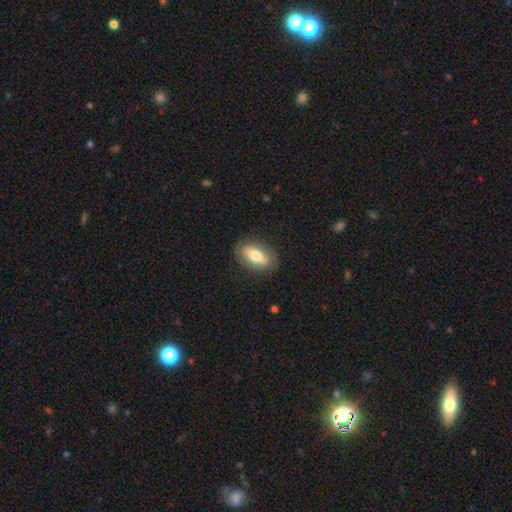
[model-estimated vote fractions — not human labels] smooth 69%, featured or disk 24%, star or artifact 6%. Down the decision tree: how rounded — in between (84%); merging — none (83%).